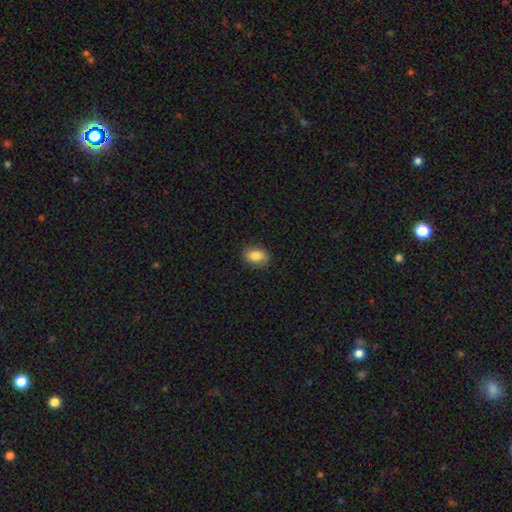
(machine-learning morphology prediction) This appears to be a smooth galaxy with no disk features (80%) that is in between round and cigar-shaped (81%). Merging: none (80%).